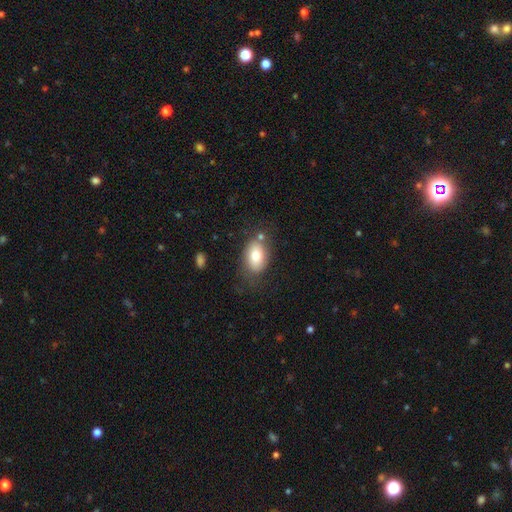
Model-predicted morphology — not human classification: Smooth or featured?
  - smooth: 76% *
  - featured or disk: 16%
  - star or artifact: 8%
How rounded?
  - in between: 86% *
  - round: 13%
  - cigar-shaped: 1%
Merging?
  - none: 69% *
  - minor disturbance: 18%
  - merger: 7%
  - major disturbance: 7%